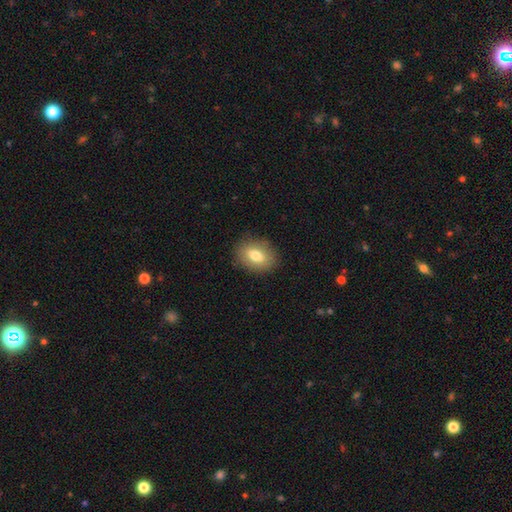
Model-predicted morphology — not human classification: smooth_or_featured: smooth (p=0.77) [alt: featured or disk p=0.15]
how_rounded: in between (p=0.76) [alt: round p=0.22]
merging: none (p=0.86) [alt: minor disturbance p=0.10]